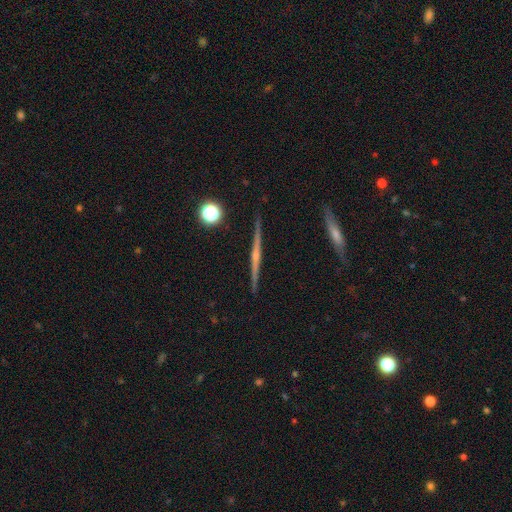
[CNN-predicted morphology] This appears to be a featured or disk galaxy (80%) viewed edge-on (98%) with a rounded central bulge (75%). Merging: none (92%).